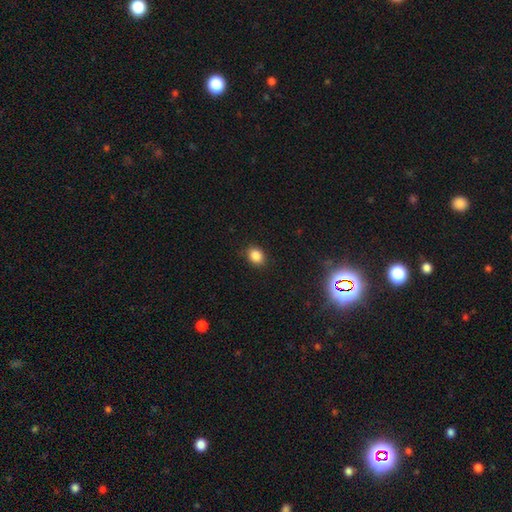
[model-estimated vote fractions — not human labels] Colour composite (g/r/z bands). It shows a smooth galaxy with no disk features (86%) that is in between round and cigar-shaped (52%). Merging: none (85%).